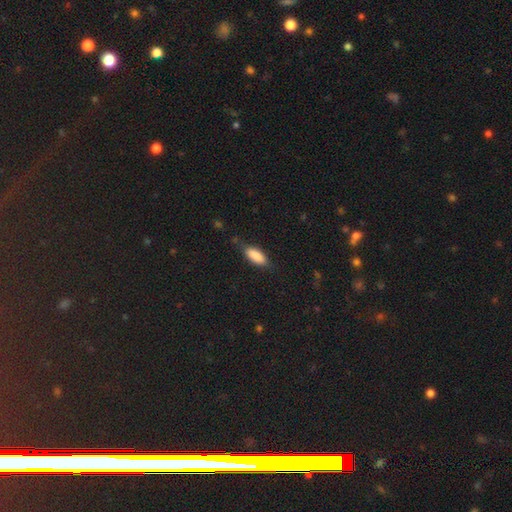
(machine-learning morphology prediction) type=smooth (85%); roundness=in between (75%); merging=none (72%).